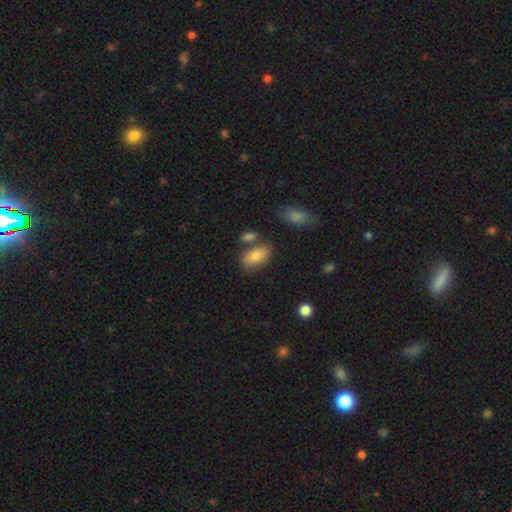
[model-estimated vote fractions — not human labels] Overall: smooth (80%). How rounded: in between (90%). Merging: none (67%).